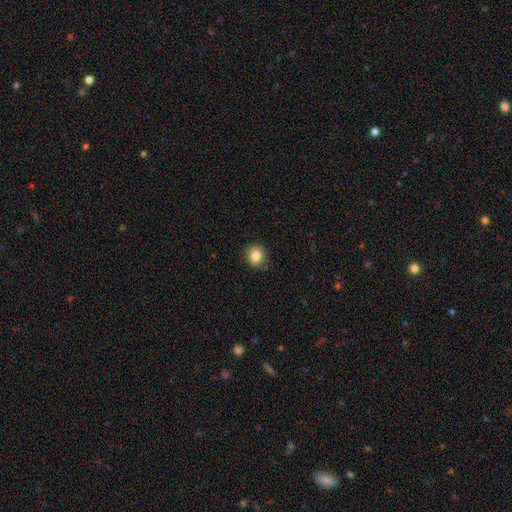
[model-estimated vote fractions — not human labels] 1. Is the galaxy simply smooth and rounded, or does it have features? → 84% smooth, 10% star or artifact, 6% featured or disk.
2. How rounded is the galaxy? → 73% round, 26% in between, 1% cigar-shaped.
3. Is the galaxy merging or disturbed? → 87% none, 10% minor disturbance, 2% major disturbance, 1% merger.